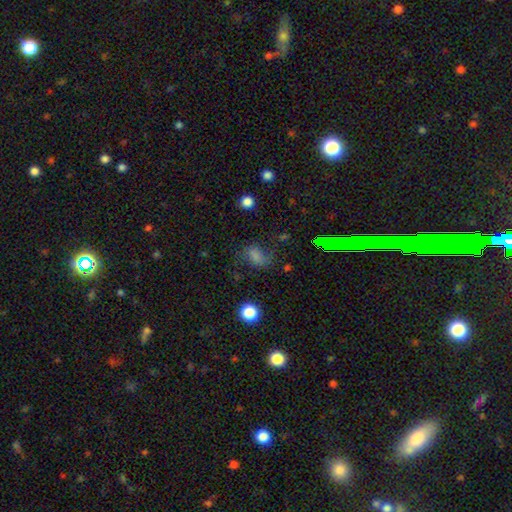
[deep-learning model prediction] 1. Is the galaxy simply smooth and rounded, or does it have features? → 53% smooth, 25% star or artifact, 22% featured or disk.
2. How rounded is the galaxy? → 67% in between, 30% round, 3% cigar-shaped.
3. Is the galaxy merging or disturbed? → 55% none, 24% minor disturbance, 19% major disturbance, 3% merger.